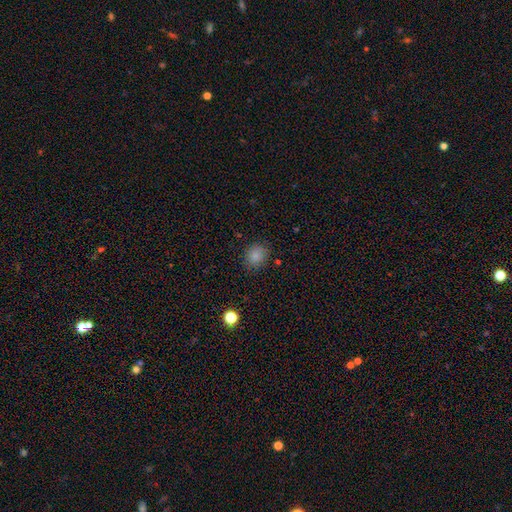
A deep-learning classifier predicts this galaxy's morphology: Smooth or featured: smooth — 84% (star or artifact — 11%)
How rounded: round — 66% (in between — 33%)
Merging: none — 84% (minor disturbance — 12%)